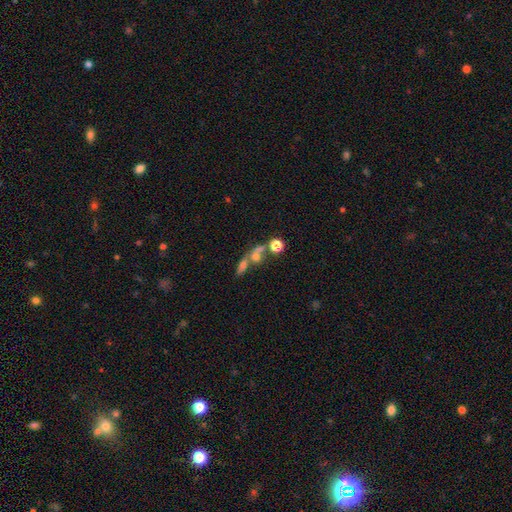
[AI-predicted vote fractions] Overall: smooth (43%; featured or disk 33%). Merging: merger (43%; none 36%).